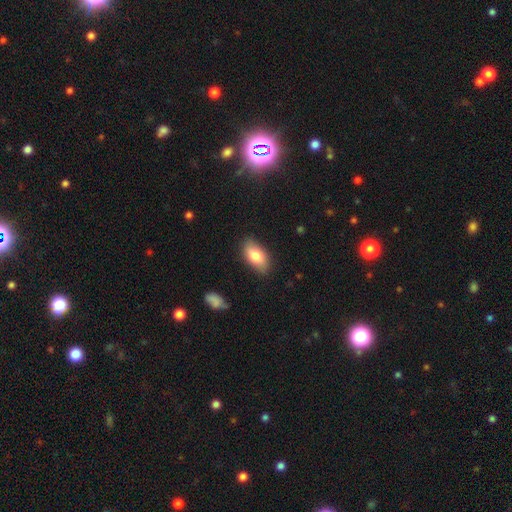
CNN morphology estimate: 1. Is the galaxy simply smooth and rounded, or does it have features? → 78% smooth, 16% featured or disk, 7% star or artifact.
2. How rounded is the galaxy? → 91% in between, 5% round, 4% cigar-shaped.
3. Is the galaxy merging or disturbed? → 84% none, 12% minor disturbance, 3% major disturbance, 1% merger.